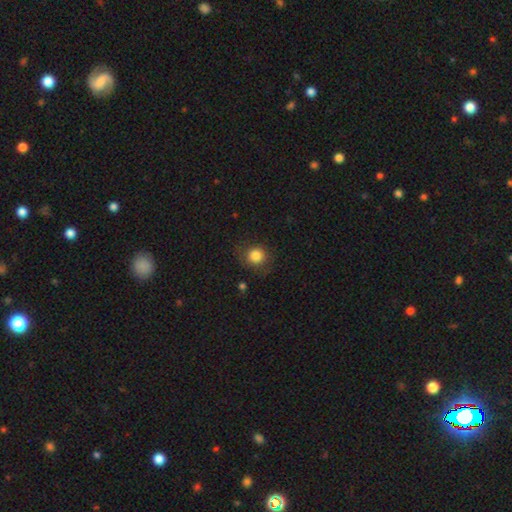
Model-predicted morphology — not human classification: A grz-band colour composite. It shows a smooth galaxy with no disk features (83%) that is round (87%). Merging: none (78%).